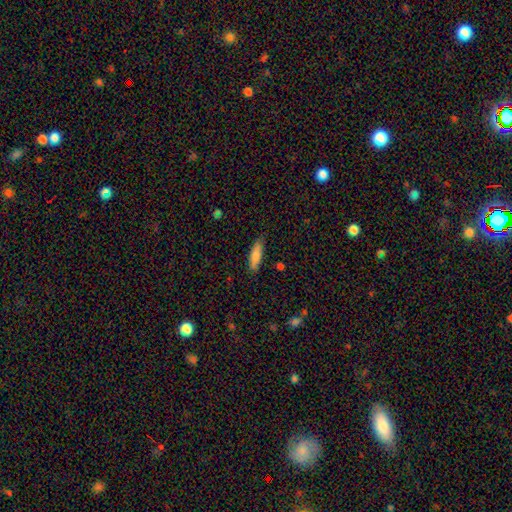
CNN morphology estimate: A smooth galaxy with no disk features (81%) that is cigar-shaped (61%).

Vote fractions:
- Smooth or featured? smooth: 81% / featured or disk: 12% / star or artifact: 6%
- How rounded? cigar-shaped: 61% / in between: 37% / round: 2%
- Merging? none: 84% / minor disturbance: 13% / major disturbance: 2% / merger: 1%